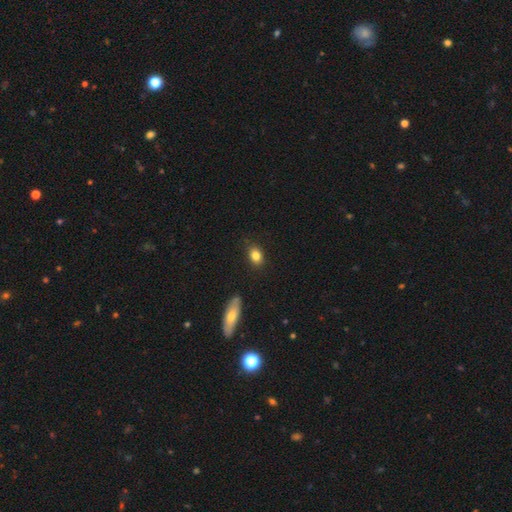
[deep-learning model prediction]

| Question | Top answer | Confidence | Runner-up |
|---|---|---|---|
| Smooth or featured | smooth | 83% | star or artifact (9%) |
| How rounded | in between | 70% | round (28%) |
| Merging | none | 84% | minor disturbance (12%) |